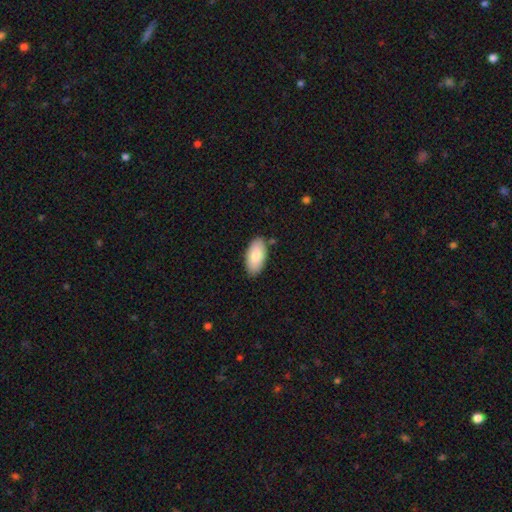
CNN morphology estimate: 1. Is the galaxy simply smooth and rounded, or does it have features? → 81% smooth, 13% featured or disk, 6% star or artifact.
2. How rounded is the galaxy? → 95% in between, 3% cigar-shaped, 2% round.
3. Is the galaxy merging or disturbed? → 85% none, 11% minor disturbance, 2% merger, 2% major disturbance.